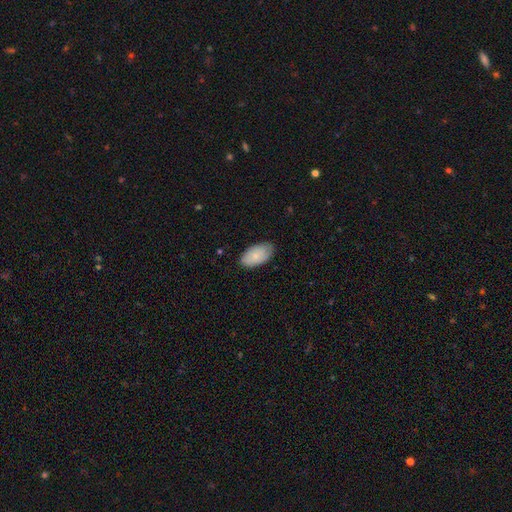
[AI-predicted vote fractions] smooth 80%, featured or disk 14%, star or artifact 6%. Down the decision tree: how rounded — in between (95%); merging — none (79%).